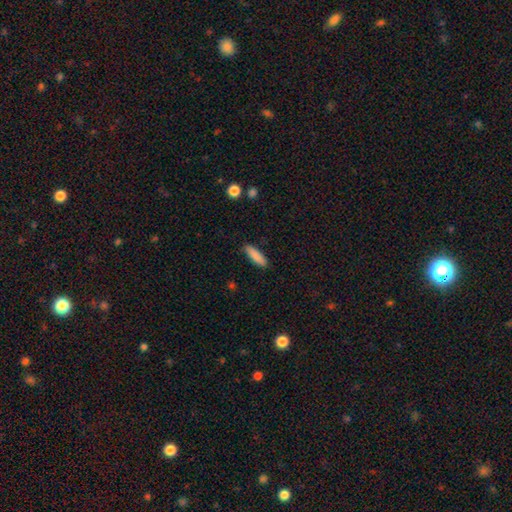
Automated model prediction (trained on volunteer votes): Overall: smooth (87%). How rounded: cigar-shaped (58%; in between 40%). Merging: none (86%).